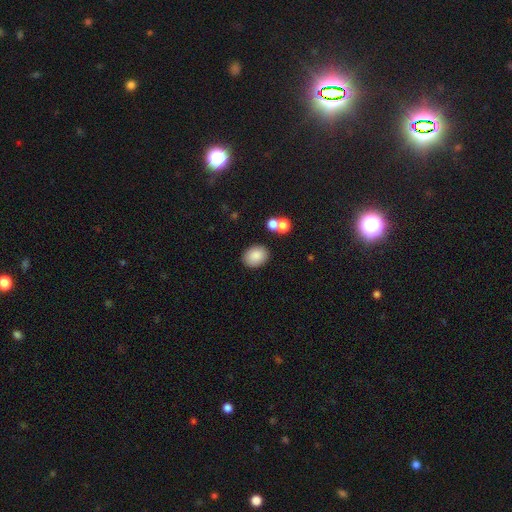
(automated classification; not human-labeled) Morphology: type=smooth (86%); roundness=in between (58%); merging=none (82%).